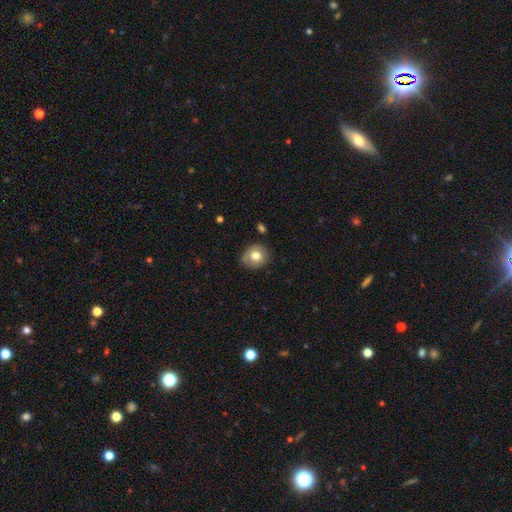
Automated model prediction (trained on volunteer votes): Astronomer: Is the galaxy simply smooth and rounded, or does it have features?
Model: smooth — 74%.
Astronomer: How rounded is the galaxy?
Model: round — 74%.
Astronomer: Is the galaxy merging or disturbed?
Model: none — 78%.